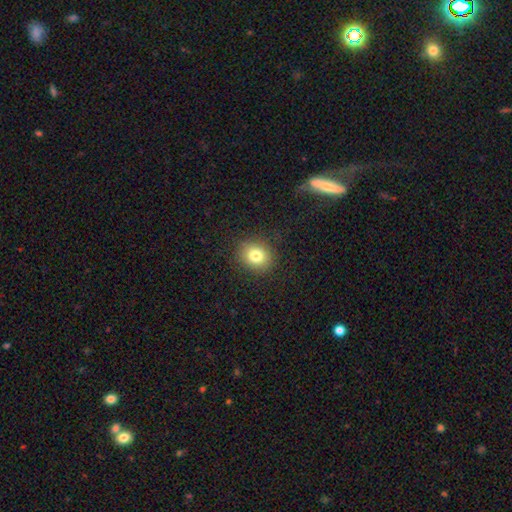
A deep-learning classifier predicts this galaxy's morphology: This is likely a smooth galaxy (80%). How rounded: likely round (71%). Merging: clearly none (88%).